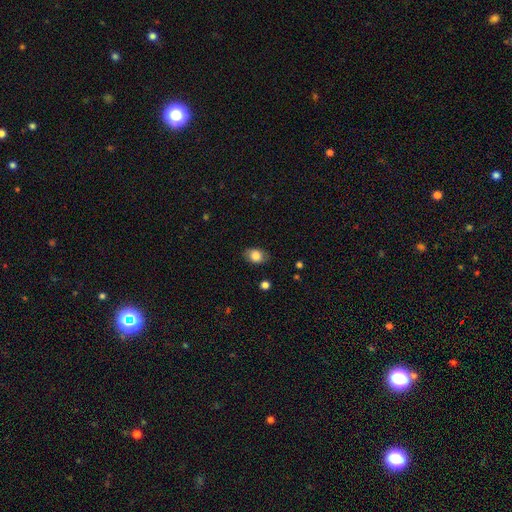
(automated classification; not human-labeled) smooth_or_featured: smooth (p=0.81) [alt: featured or disk p=0.11]
how_rounded: in between (p=0.76) [alt: round p=0.22]
merging: none (p=0.81) [alt: minor disturbance p=0.14]